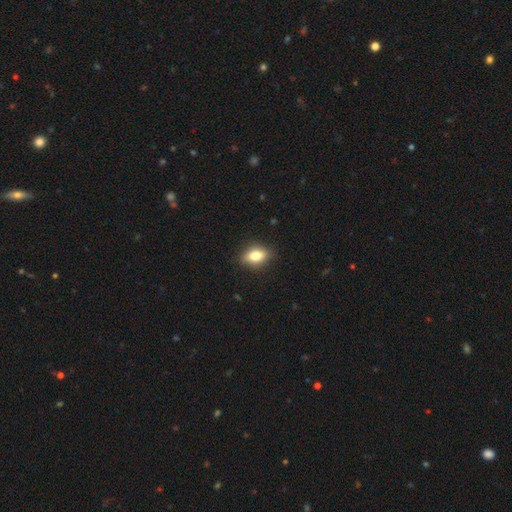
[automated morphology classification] This is likely a smooth galaxy (78%). How rounded: likely in between (79%). Merging: clearly none (85%).